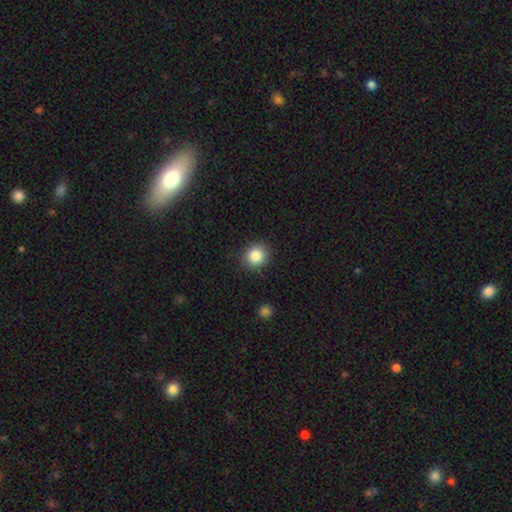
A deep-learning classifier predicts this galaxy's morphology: A smooth galaxy with no disk features (86%) that is round (81%). Merging: none (89%).